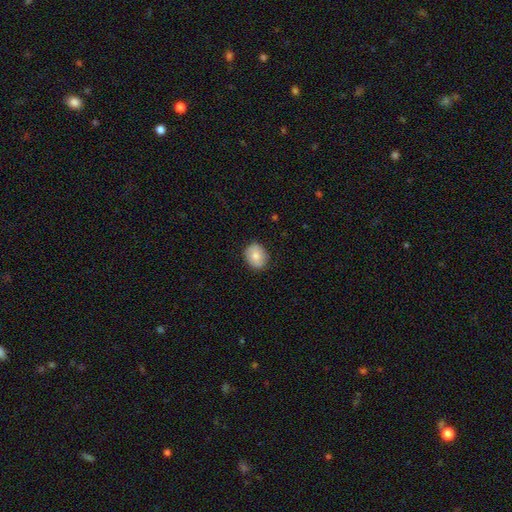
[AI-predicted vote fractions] smooth 75%, featured or disk 17%, star or artifact 8%. Down the decision tree: how rounded — round (57%); merging — none (85%).